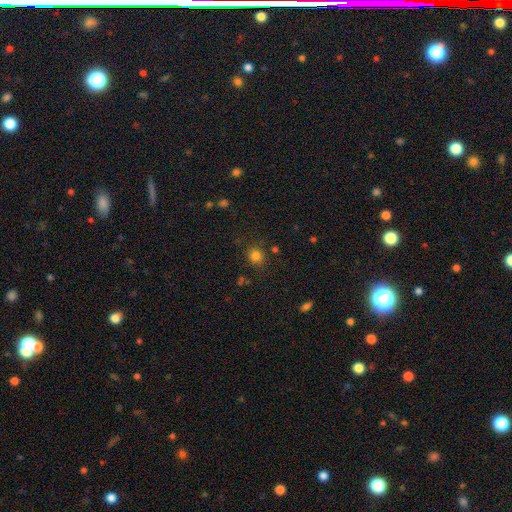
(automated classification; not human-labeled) This appears to be a smooth galaxy with no disk features (79%) that is round (83%). Merging: none (78%).